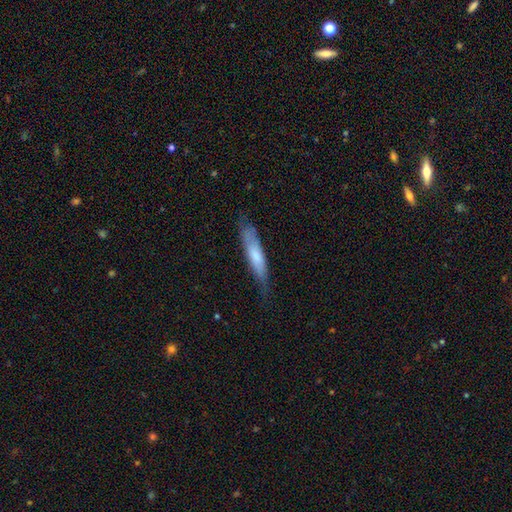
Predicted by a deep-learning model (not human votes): Smooth or featured? smooth (65%)
How rounded? cigar-shaped (82%)
Merging? none (69%)